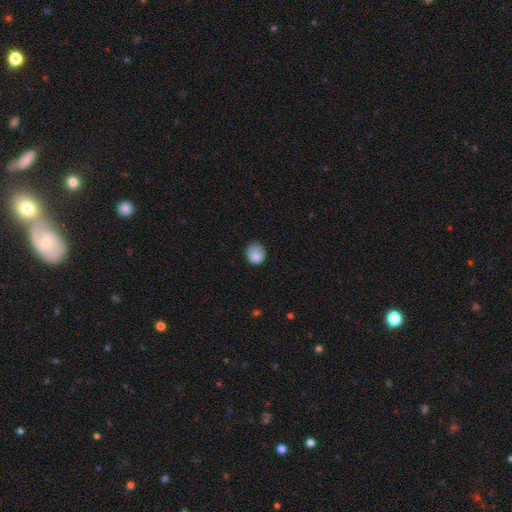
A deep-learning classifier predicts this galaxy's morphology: The model was most divided on "merging": none: 59%, minor disturbance: 30%, major disturbance: 9%, merger: 2%. More confident: smooth or featured — smooth (82%); how rounded — round (71%).